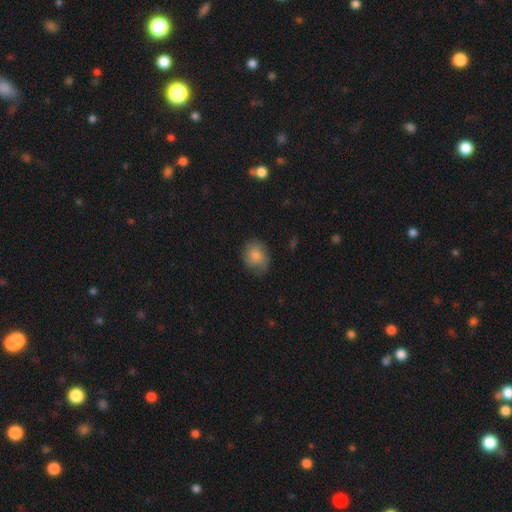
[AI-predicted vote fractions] Smooth or featured?
  - smooth: 81% *
  - featured or disk: 11%
  - star or artifact: 8%
How rounded?
  - round: 51% *
  - in between: 48%
  - cigar-shaped: 1%
Merging?
  - none: 64% *
  - minor disturbance: 27%
  - major disturbance: 7%
  - merger: 1%